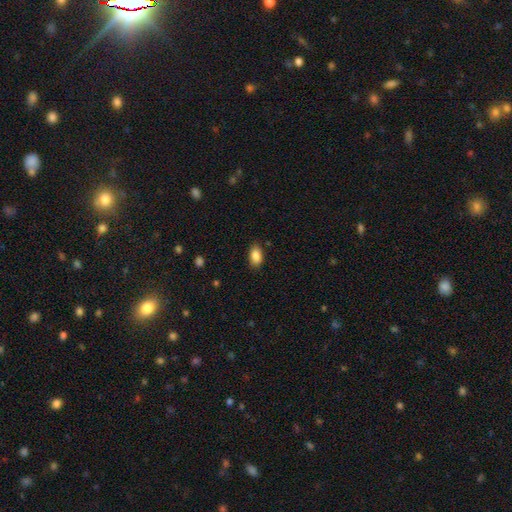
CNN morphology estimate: A smooth galaxy with no disk features (88%) that is in between round and cigar-shaped (91%). Merging: none (85%).